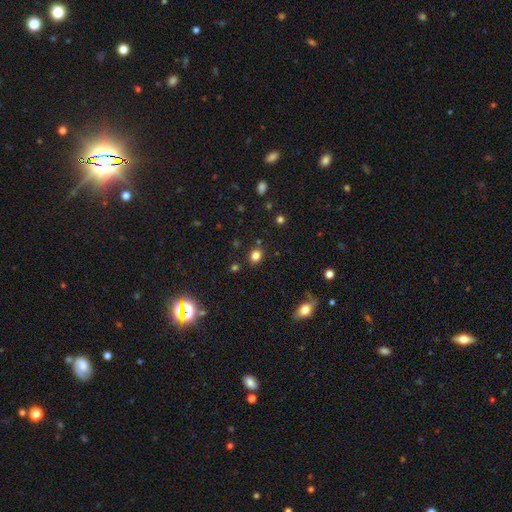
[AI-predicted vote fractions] Overall: smooth (80%). How rounded: round (65%; in between 34%). Merging: none (84%).